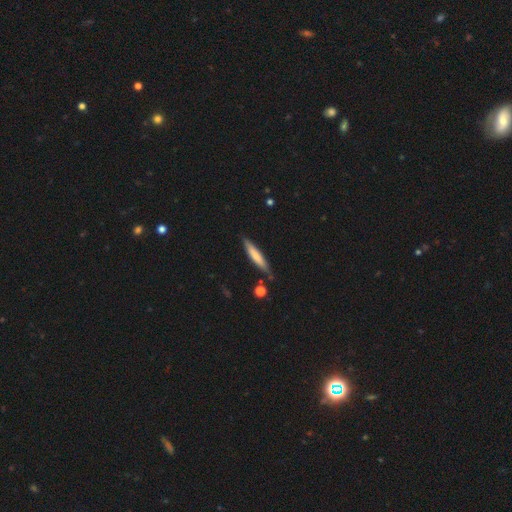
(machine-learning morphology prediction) Smooth or featured? smooth (68%)
How rounded? cigar-shaped (90%)
Merging? none (82%)